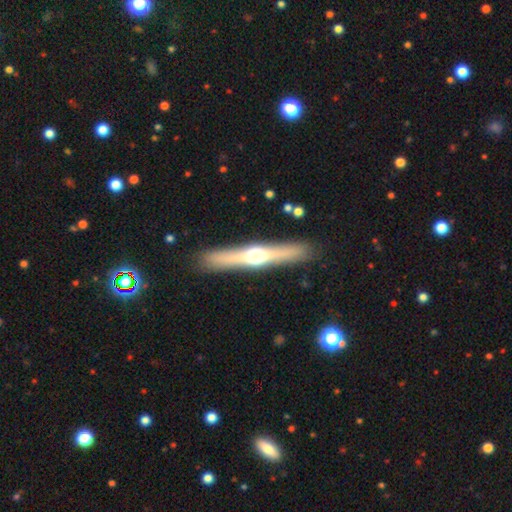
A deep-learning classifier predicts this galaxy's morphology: Smooth or featured?
  - featured or disk: 63% *
  - smooth: 31%
  - star or artifact: 6%
Edge-on disk?
  - yes: 94% *
  - no: 6%
Edge-on bulge?
  - rounded: 94% *
  - none: 3%
  - boxy: 3%
Merging?
  - none: 89% *
  - minor disturbance: 7%
  - major disturbance: 2%
  - merger: 1%